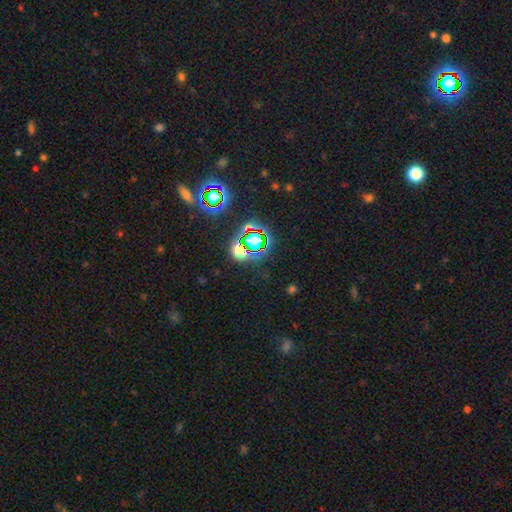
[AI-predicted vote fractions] smooth_or_featured: star or artifact (p=0.76) [alt: smooth p=0.16]